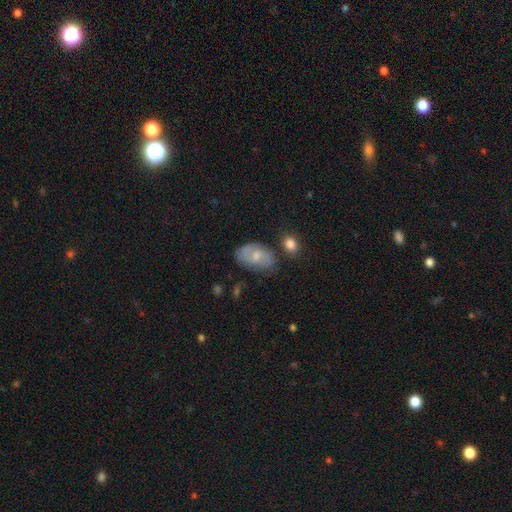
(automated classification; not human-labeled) The model was most divided on "smooth or featured": smooth: 47%, featured or disk: 45%, star or artifact: 8%. More confident: merging — none (67%).